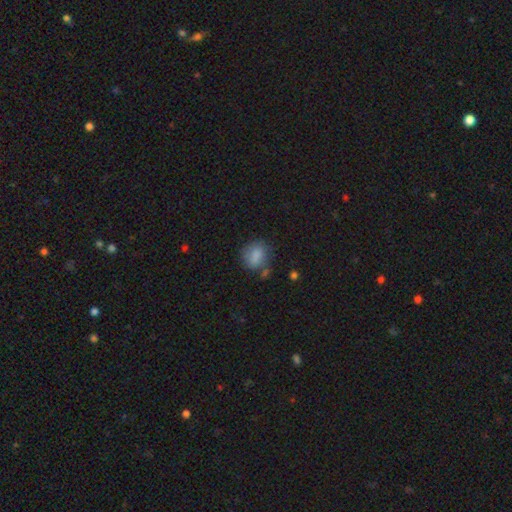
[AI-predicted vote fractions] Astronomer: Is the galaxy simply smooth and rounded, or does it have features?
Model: smooth — 80%.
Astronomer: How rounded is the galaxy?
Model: round — 56% (runner-up: in between, 42%).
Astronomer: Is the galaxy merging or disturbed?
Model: none — 60%.